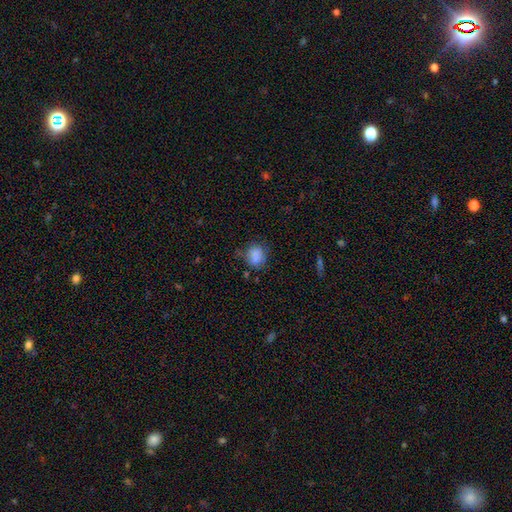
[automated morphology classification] smooth 83%, star or artifact 10%, featured or disk 8%. Down the decision tree: how rounded — round (57%); merging — none (64%).